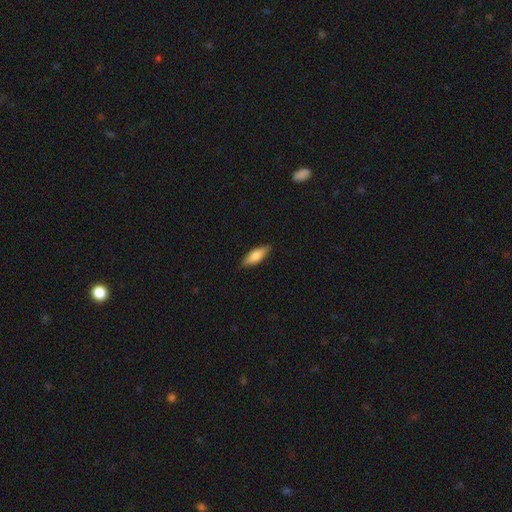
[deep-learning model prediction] Morphology: type=smooth (75%); roundness=in between (60%); merging=none (86%).